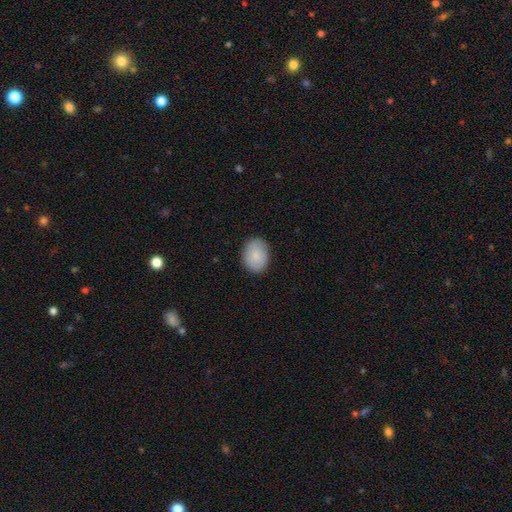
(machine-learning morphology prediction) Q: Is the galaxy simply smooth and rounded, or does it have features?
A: smooth — 86%.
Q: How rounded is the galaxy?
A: in between — 68%.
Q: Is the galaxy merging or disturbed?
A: none — 86%.